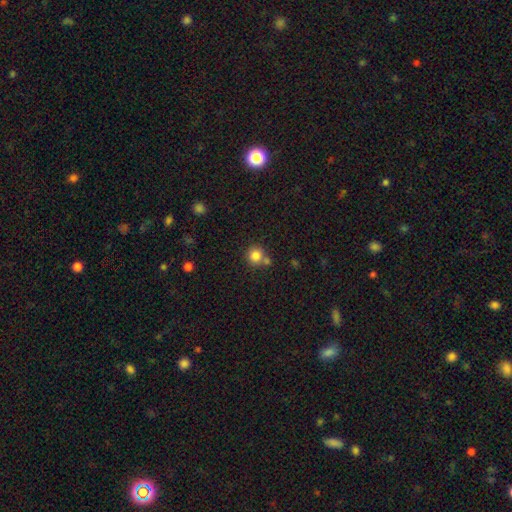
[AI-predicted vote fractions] Smooth or featured: smooth — 83% (star or artifact — 11%)
How rounded: round — 91% (in between — 8%)
Merging: none — 63% (merger — 24%)